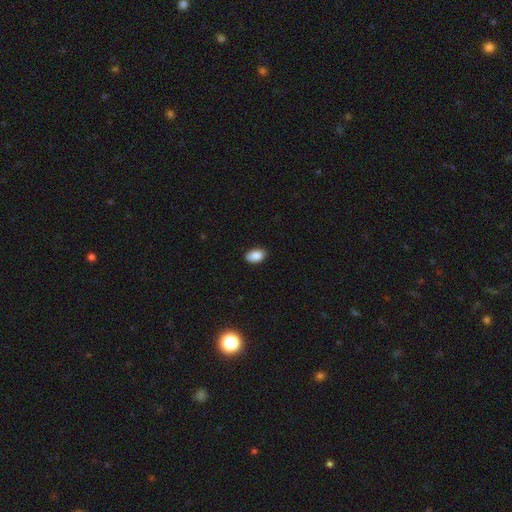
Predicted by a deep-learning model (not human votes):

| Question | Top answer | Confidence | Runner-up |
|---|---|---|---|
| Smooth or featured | smooth | 87% | star or artifact (8%) |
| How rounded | in between | 90% | round (9%) |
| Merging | none | 85% | minor disturbance (12%) |